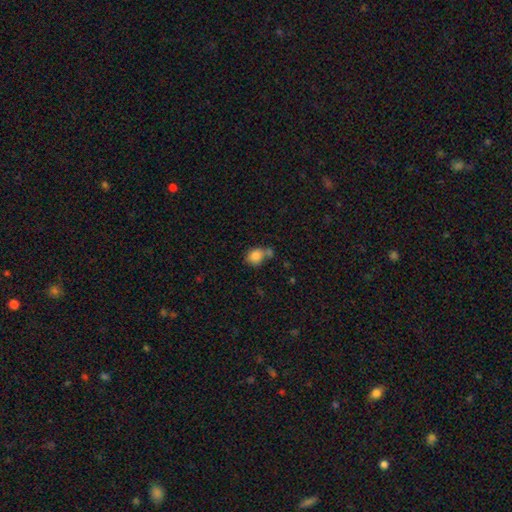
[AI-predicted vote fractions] smooth_or_featured: smooth (p=0.83) [alt: star or artifact p=0.09]
how_rounded: round (p=0.60) [alt: in between p=0.39]
merging: none (p=0.45) [alt: merger p=0.31]